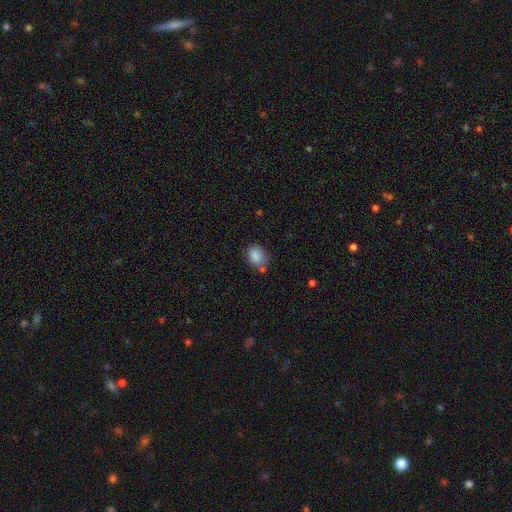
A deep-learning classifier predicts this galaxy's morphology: The model was most divided on "how rounded": in between: 66%, round: 32%, cigar-shaped: 1%. More confident: smooth or featured — smooth (86%); merging — none (62%).